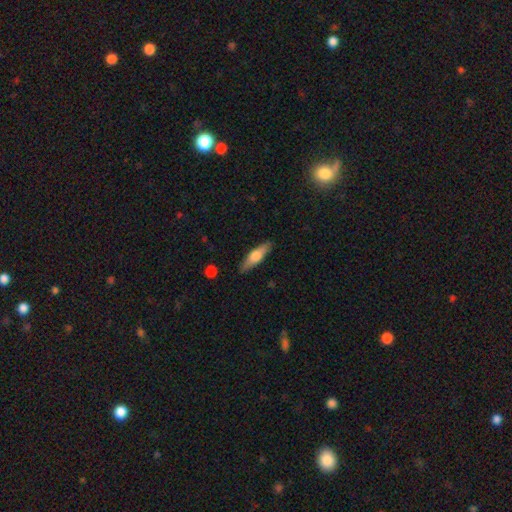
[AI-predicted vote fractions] smooth 56%, featured or disk 39%, star or artifact 6%. Down the decision tree: how rounded — cigar-shaped (64%); merging — none (87%).